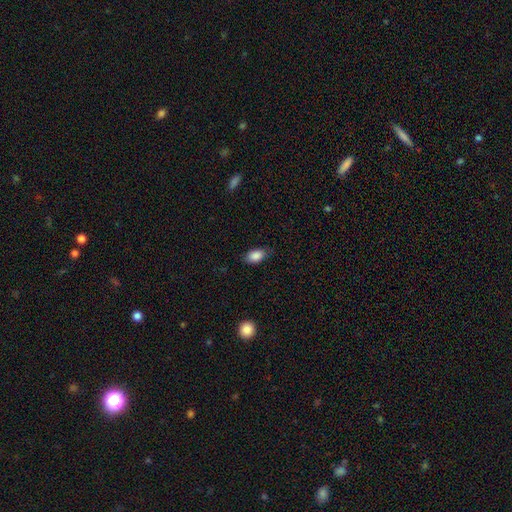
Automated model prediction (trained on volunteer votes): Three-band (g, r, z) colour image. It shows a smooth galaxy with no disk features (87%) that is in between round and cigar-shaped (90%). Merging: none (78%).